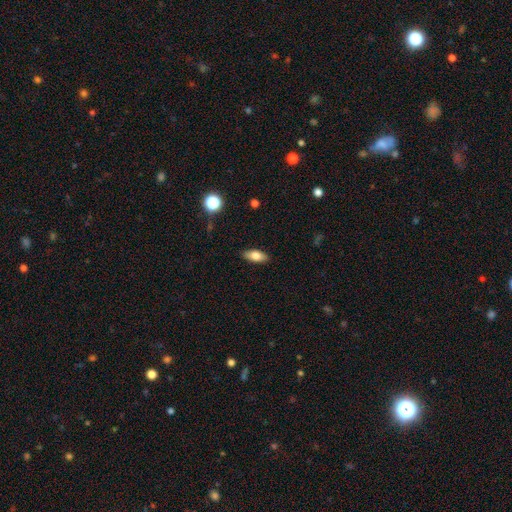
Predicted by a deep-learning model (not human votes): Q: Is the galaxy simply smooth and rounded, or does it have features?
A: smooth — 76%.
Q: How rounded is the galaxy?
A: in between — 82%.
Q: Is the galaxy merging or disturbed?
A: none — 88%.